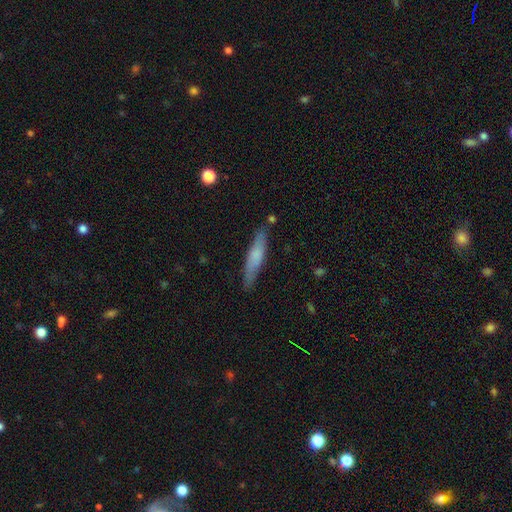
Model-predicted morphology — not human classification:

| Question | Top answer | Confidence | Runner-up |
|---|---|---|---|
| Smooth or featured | smooth | 59% | featured or disk (34%) |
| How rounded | cigar-shaped | 87% | in between (12%) |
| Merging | none | 82% | minor disturbance (13%) |